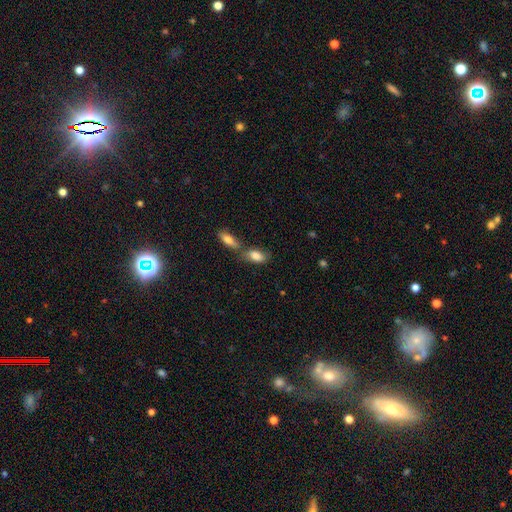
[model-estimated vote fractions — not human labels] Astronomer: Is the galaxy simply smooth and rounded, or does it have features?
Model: smooth — 80%.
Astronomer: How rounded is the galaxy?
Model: in between — 87%.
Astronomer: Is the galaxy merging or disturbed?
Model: none — 47% (runner-up: merger, 35%).